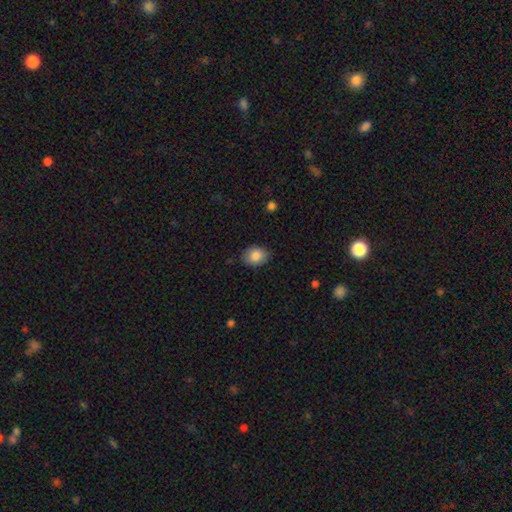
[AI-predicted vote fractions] A smooth galaxy with no disk features (85%) that is in between round and cigar-shaped (59%).

Vote fractions:
- Smooth or featured? smooth: 85% / star or artifact: 8% / featured or disk: 7%
- How rounded? in between: 59% / round: 40% / cigar-shaped: 1%
- Merging? none: 83% / minor disturbance: 14% / major disturbance: 3% / merger: 1%